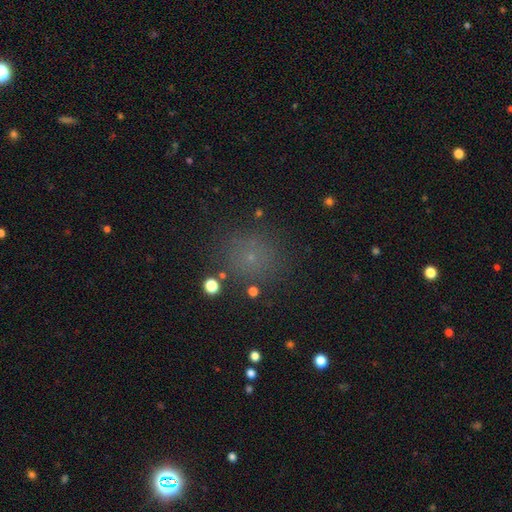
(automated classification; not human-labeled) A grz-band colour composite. It shows a smooth galaxy with no disk features (62%) that is round (91%). Merging: none (84%).